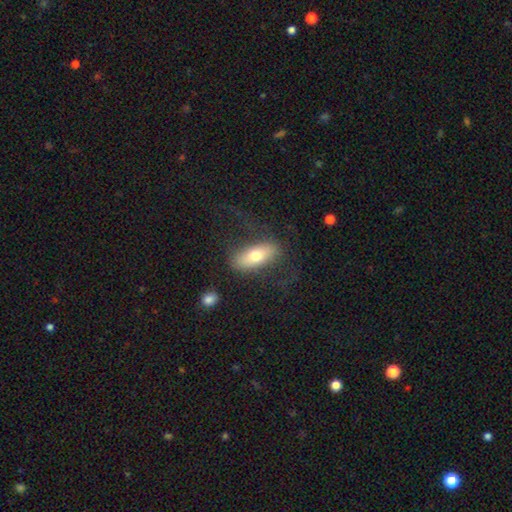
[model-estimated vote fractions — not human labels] Q: Smooth or featured?
A: smooth (64%); runner-up: featured or disk (29%)
Q: How rounded?
A: in between (77%); runner-up: cigar-shaped (19%)
Q: Merging?
A: none (70%); runner-up: minor disturbance (15%)